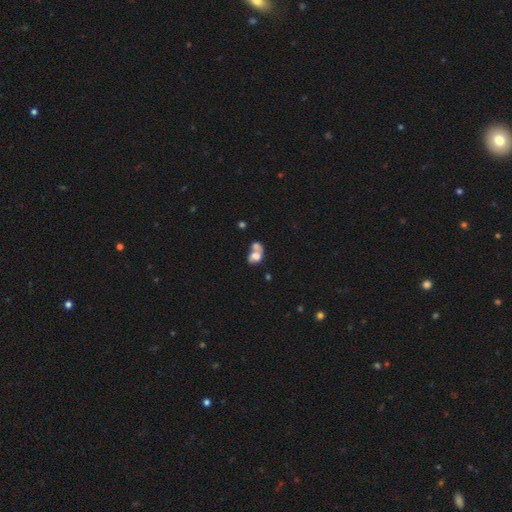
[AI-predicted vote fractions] Smooth or featured? Predicted: smooth (p=0.63). How rounded? Predicted: in between (p=0.61). Merging? Predicted: merger (p=0.69).